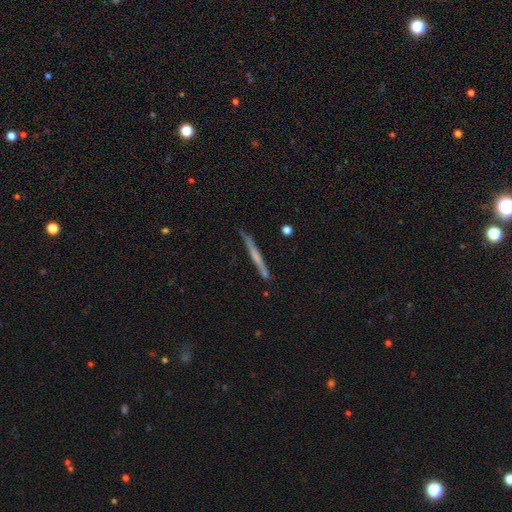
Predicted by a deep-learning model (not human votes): Q: Smooth or featured?
A: featured or disk (47%); tied with: smooth (47%)
Q: Merging?
A: none (83%); runner-up: minor disturbance (13%)